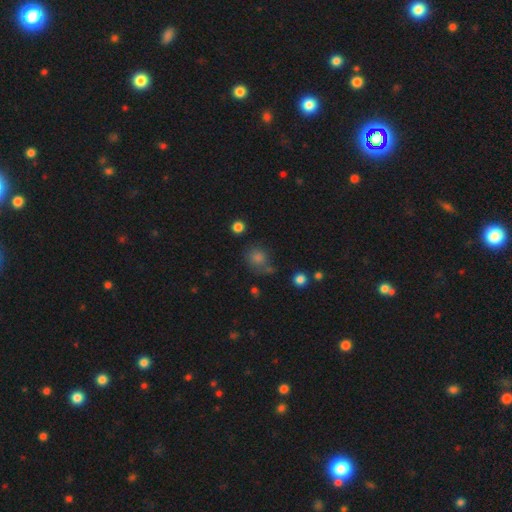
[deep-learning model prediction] Q: Smooth or featured?
A: smooth (64%); runner-up: star or artifact (28%)
Q: How rounded?
A: round (81%); runner-up: in between (18%)
Q: Merging?
A: none (71%); runner-up: minor disturbance (16%)